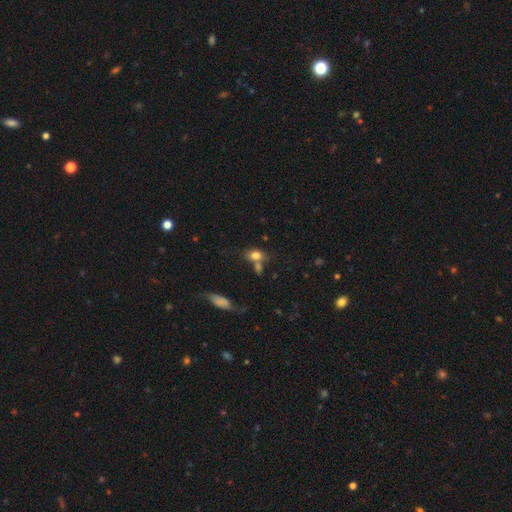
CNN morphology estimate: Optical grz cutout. It shows a smooth galaxy with no disk features (48%). Merging: none (54%).